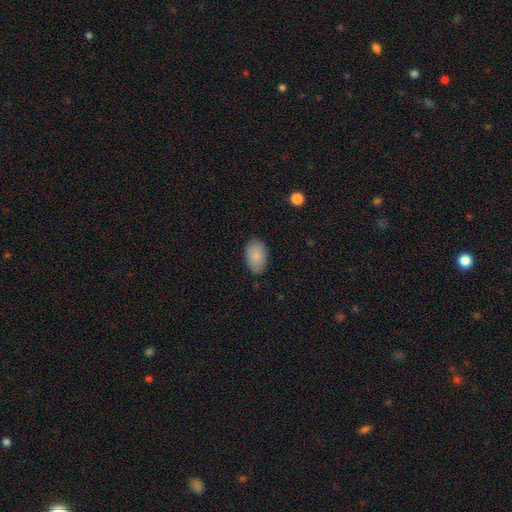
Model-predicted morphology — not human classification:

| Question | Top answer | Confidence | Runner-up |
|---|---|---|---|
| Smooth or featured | smooth | 87% | star or artifact (7%) |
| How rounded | in between | 91% | round (8%) |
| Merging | none | 80% | minor disturbance (16%) |